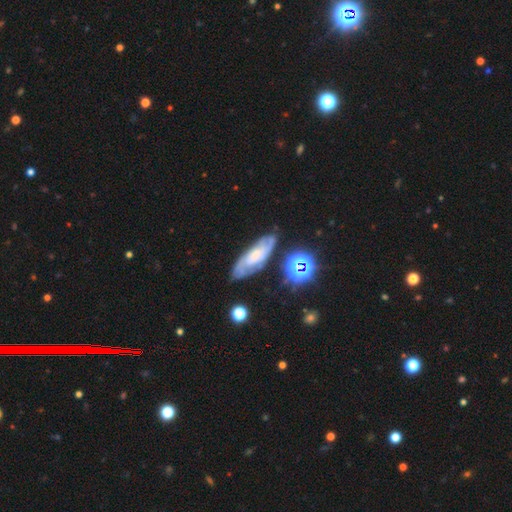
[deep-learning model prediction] Morphology: type=featured or disk (69%); edge-on=no (87%); bar=no (57%); spiral arms=yes (92%); winding=tight (49%); arm count=2 (47%); bulge=small (42%); merging=none (73%).